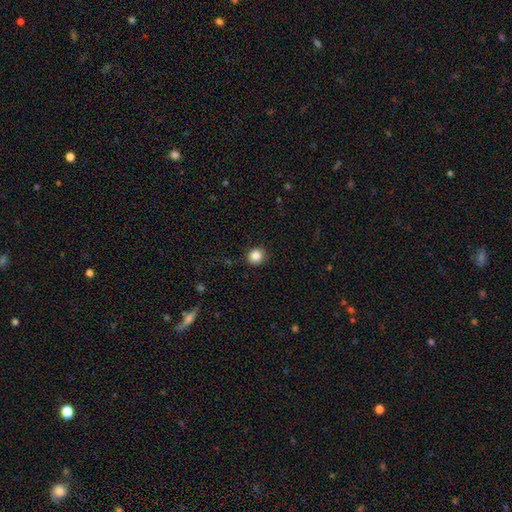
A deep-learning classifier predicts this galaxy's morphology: This is clearly a smooth galaxy (85%). How rounded: clearly round (87%). Merging: clearly none (89%).